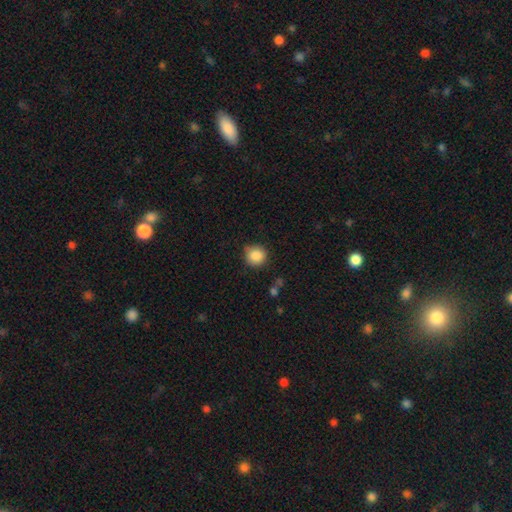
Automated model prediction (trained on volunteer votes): The model was most divided on "merging": none: 80%, minor disturbance: 14%, major disturbance: 3%, merger: 2%. More confident: how rounded — round (92%); smooth or featured — smooth (87%).